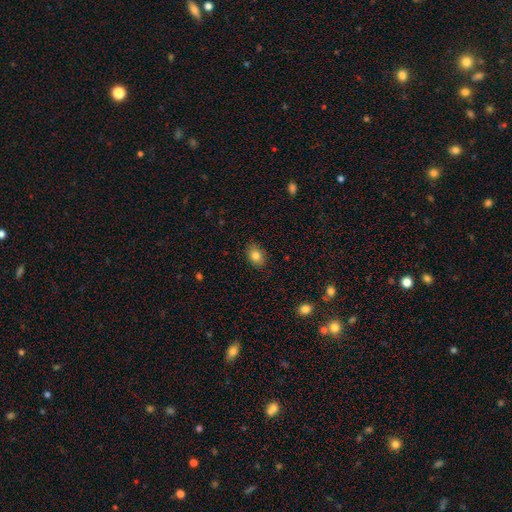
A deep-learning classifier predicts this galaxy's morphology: Smooth or featured?
  - smooth: 83% *
  - star or artifact: 10%
  - featured or disk: 8%
How rounded?
  - in between: 64% *
  - round: 35%
  - cigar-shaped: 1%
Merging?
  - none: 85% *
  - minor disturbance: 11%
  - major disturbance: 2%
  - merger: 1%